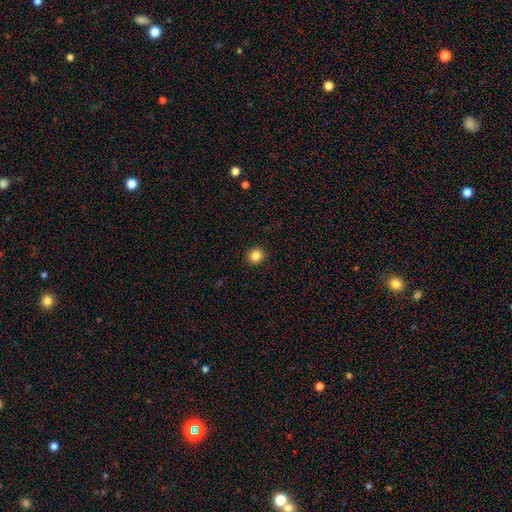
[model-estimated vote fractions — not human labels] Smooth or featured? Predicted: smooth (p=0.85). How rounded? Predicted: round (p=0.91). Merging? Predicted: none (p=0.93).